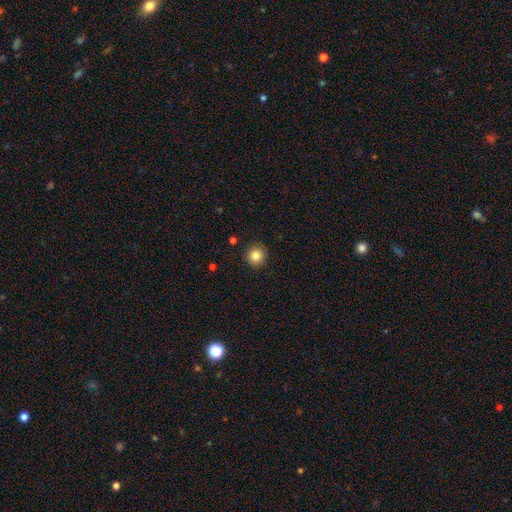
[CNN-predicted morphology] A smooth galaxy with no disk features (83%) that is round (93%).

Vote fractions:
- Smooth or featured? smooth: 83% / star or artifact: 10% / featured or disk: 6%
- How rounded? round: 93% / in between: 6% / cigar-shaped: 1%
- Merging? none: 88% / minor disturbance: 8% / major disturbance: 2% / merger: 1%